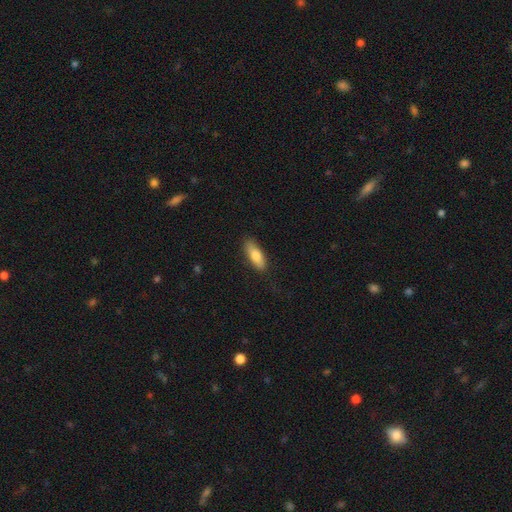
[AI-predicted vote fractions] smooth_or_featured: smooth (p=0.80) [alt: featured or disk p=0.14]
how_rounded: in between (p=0.64) [alt: cigar-shaped p=0.33]
merging: none (p=0.83) [alt: minor disturbance p=0.13]